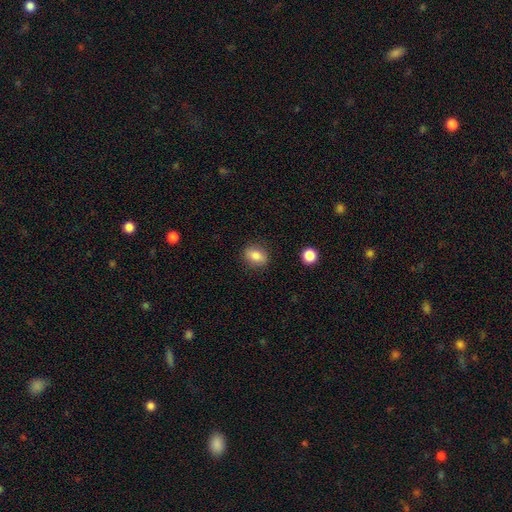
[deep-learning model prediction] A smooth galaxy with no disk features (83%) that is in between round and cigar-shaped (65%). Merging: none (86%).